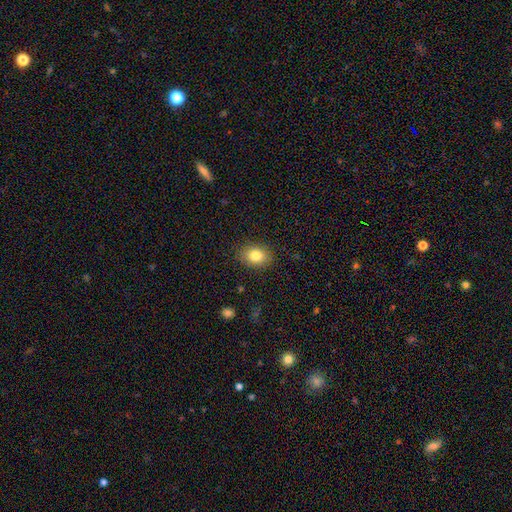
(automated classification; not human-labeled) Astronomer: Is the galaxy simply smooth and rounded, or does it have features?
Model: smooth — 82%.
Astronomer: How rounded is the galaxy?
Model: in between — 71%.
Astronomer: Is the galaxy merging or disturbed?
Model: none — 87%.